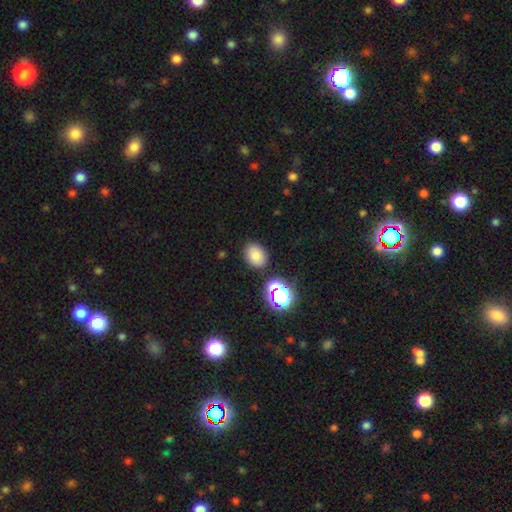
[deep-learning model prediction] A smooth galaxy with no disk features (78%) that is in between round and cigar-shaped (62%).

Vote fractions:
- Smooth or featured? smooth: 78% / star or artifact: 15% / featured or disk: 7%
- How rounded? in between: 62% / round: 37% / cigar-shaped: 1%
- Merging? none: 82% / minor disturbance: 10% / merger: 5% / major disturbance: 3%